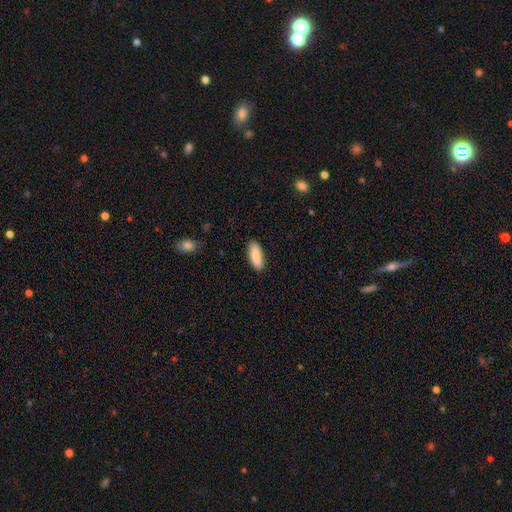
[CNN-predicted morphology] Q: Smooth or featured?
A: smooth (84%); runner-up: featured or disk (10%)
Q: How rounded?
A: in between (63%); runner-up: cigar-shaped (36%)
Q: Merging?
A: none (88%); runner-up: minor disturbance (9%)